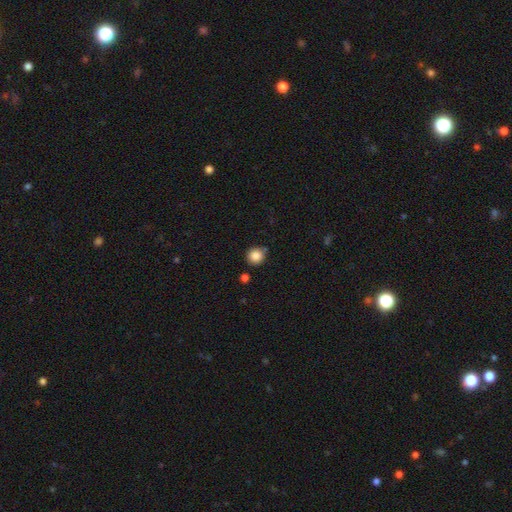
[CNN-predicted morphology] A smooth galaxy with no disk features (86%) that is round (93%). Merging: none (80%).